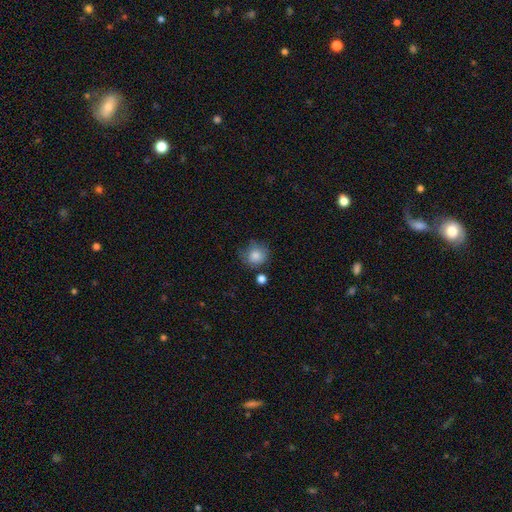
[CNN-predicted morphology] A smooth galaxy with no disk features (83%) that is round (87%).

Vote fractions:
- Smooth or featured? smooth: 83% / star or artifact: 9% / featured or disk: 8%
- How rounded? round: 87% / in between: 12% / cigar-shaped: 1%
- Merging? none: 66% / minor disturbance: 21% / major disturbance: 7% / merger: 6%